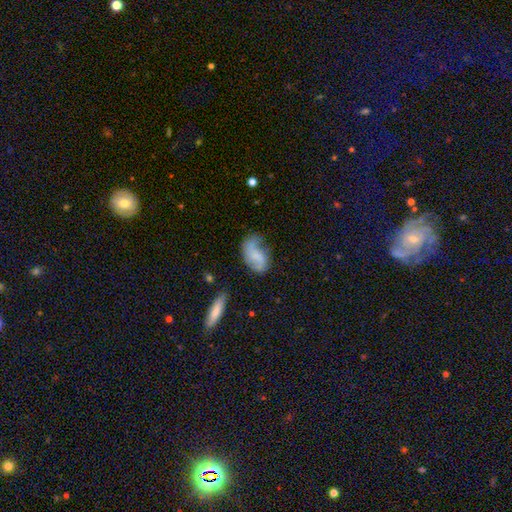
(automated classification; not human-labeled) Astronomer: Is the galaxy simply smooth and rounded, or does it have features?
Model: smooth — 47% (runner-up: featured or disk, 45%).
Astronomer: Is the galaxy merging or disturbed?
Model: none — 46% (runner-up: minor disturbance, 31%).